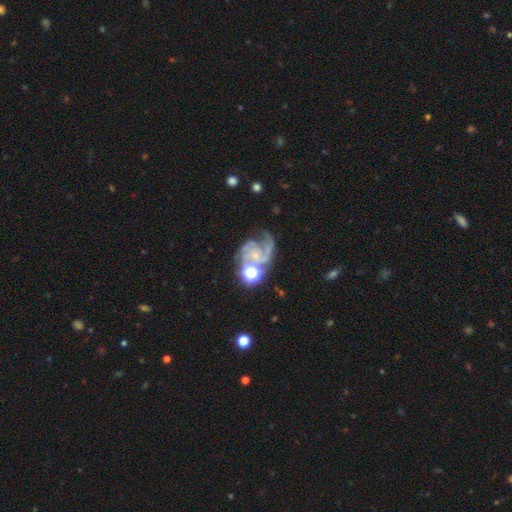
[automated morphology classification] Q: Smooth or featured?
A: featured or disk (82%); runner-up: star or artifact (10%)
Q: Edge-on disk?
A: no (98%); runner-up: yes (2%)
Q: Bar?
A: no (69%); runner-up: weak (25%)
Q: Spiral arms?
A: yes (96%); runner-up: no (4%)
Q: Spiral winding?
A: medium (49%); runner-up: tight (31%)
Q: Spiral arm count?
A: 2 (53%); runner-up: 3 (17%)
Q: Bulge size?
A: small (69%); runner-up: moderate (20%)
Q: Merging?
A: none (41%); runner-up: major disturbance (24%)